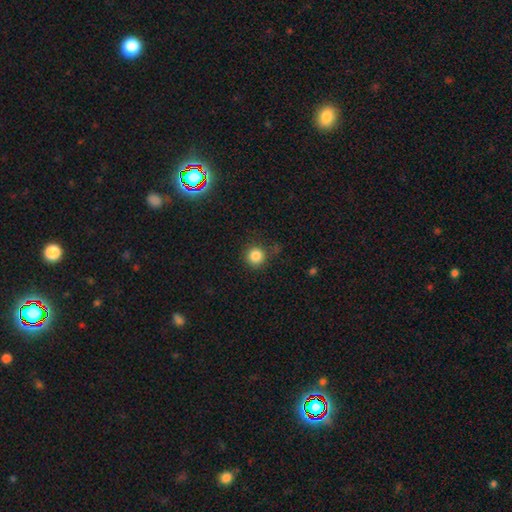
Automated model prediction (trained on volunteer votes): Morphology: type=smooth (84%); roundness=round (94%); merging=none (83%).